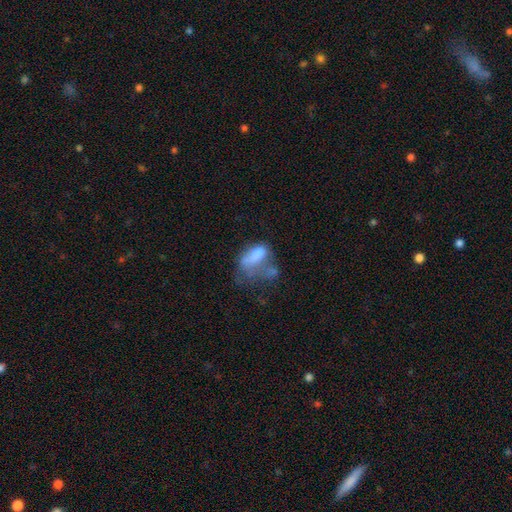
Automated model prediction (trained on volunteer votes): Smooth or featured? Predicted: smooth (p=0.59). How rounded? Predicted: in between (p=0.86). Merging? Predicted: major disturbance (p=0.43).